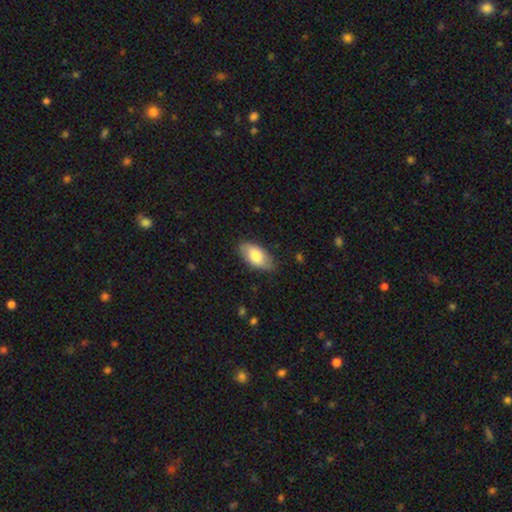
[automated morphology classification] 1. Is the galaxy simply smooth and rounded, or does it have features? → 78% smooth, 16% featured or disk, 6% star or artifact.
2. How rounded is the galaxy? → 94% in between, 4% cigar-shaped, 3% round.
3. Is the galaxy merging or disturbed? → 81% none, 15% minor disturbance, 3% major disturbance, 1% merger.